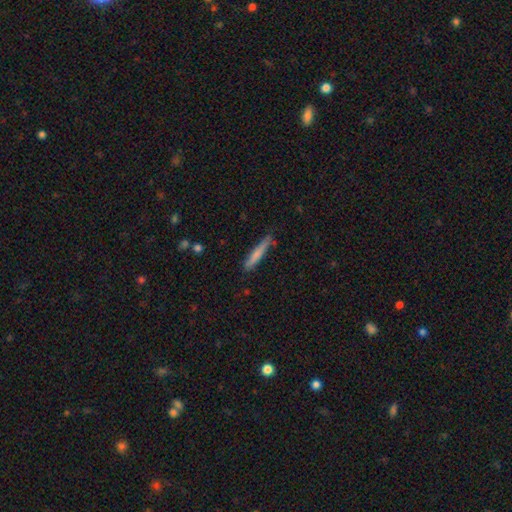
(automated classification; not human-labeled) Q: Smooth or featured?
A: smooth (66%); runner-up: featured or disk (27%)
Q: How rounded?
A: cigar-shaped (95%); runner-up: in between (4%)
Q: Merging?
A: none (82%); runner-up: minor disturbance (14%)